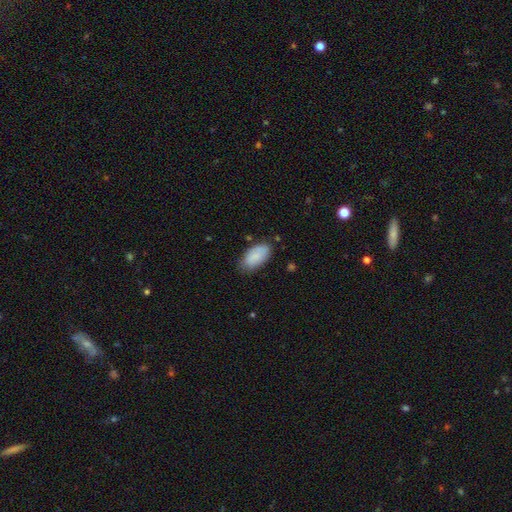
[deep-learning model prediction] A smooth galaxy with no disk features (86%) that is in between round and cigar-shaped (94%).

Vote fractions:
- Smooth or featured? smooth: 86% / featured or disk: 8% / star or artifact: 6%
- How rounded? in between: 94% / cigar-shaped: 3% / round: 3%
- Merging? none: 74% / minor disturbance: 20% / major disturbance: 4% / merger: 2%